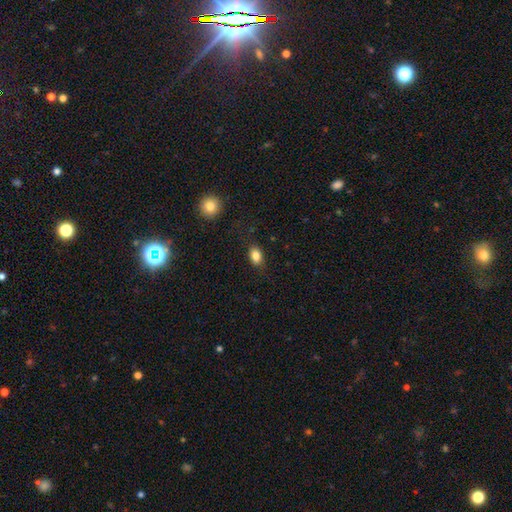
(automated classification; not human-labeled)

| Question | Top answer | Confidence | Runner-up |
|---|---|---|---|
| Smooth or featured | smooth | 84% | star or artifact (9%) |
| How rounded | in between | 78% | round (20%) |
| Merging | none | 84% | minor disturbance (11%) |